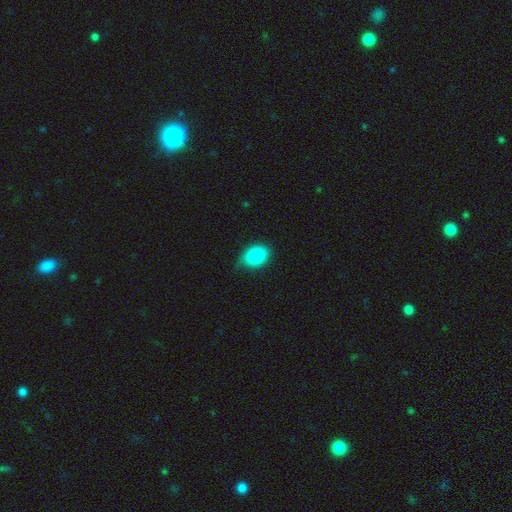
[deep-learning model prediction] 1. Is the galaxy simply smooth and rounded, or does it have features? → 86% smooth, 8% star or artifact, 6% featured or disk.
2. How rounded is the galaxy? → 74% in between, 25% round, 1% cigar-shaped.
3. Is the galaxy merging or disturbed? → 71% none, 24% minor disturbance, 3% major disturbance, 1% merger.